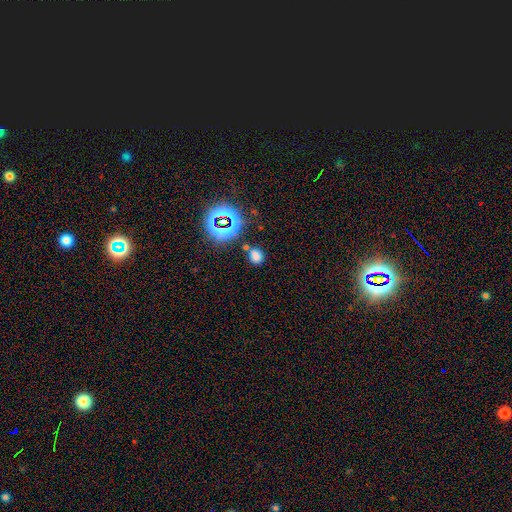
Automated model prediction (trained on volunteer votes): smooth_or_featured: smooth (p=0.64) [alt: star or artifact p=0.29]
how_rounded: round (p=0.51) [alt: in between p=0.48]
merging: none (p=0.72) [alt: minor disturbance p=0.14]